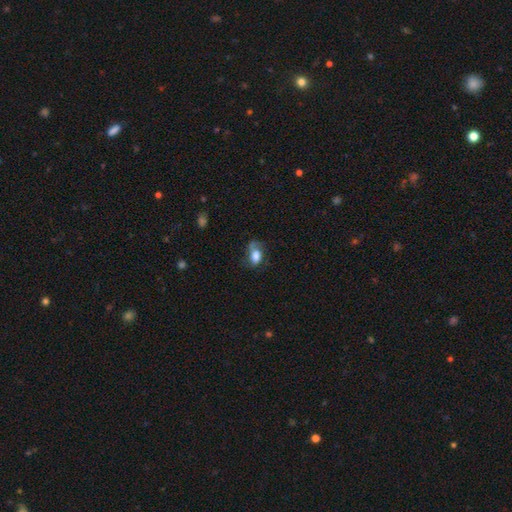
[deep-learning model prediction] Overall: smooth (68%). How rounded: in between (83%). Merging: none (40%; minor disturbance 29%).